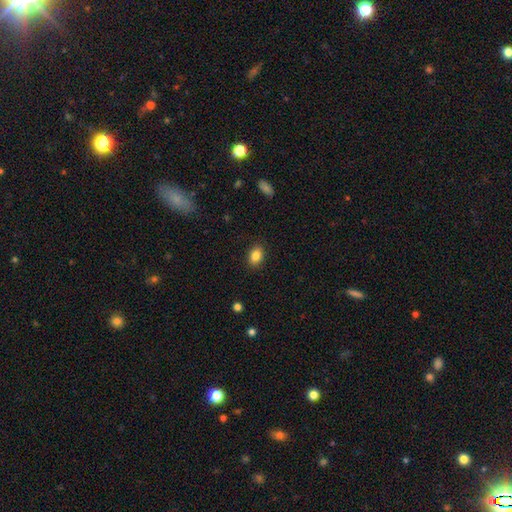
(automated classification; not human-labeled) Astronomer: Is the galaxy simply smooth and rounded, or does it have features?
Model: smooth — 85%.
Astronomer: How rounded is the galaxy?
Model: in between — 81%.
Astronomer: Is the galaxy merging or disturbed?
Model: none — 88%.